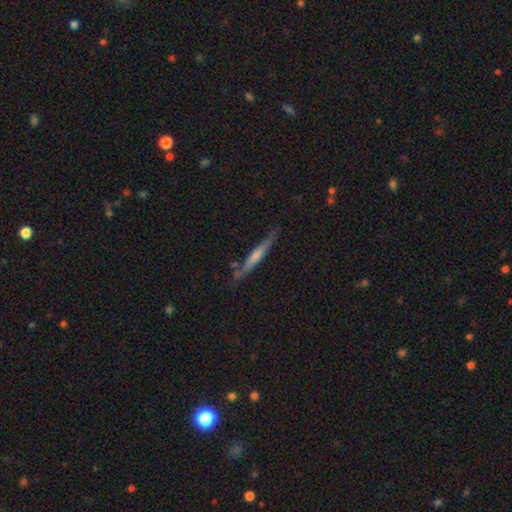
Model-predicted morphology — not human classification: This is likely a featured or disk galaxy (68%). It is clearly viewed edge-on (95%). Edge-on bulge: likely rounded (66%). Merging: clearly none (82%).